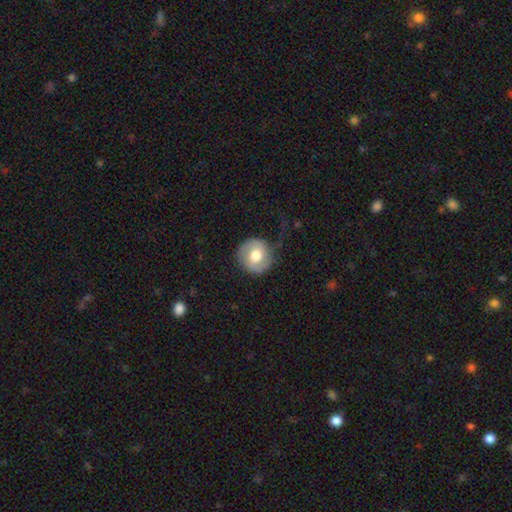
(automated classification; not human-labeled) Morphology: type=smooth (49%); merging=none (66%).